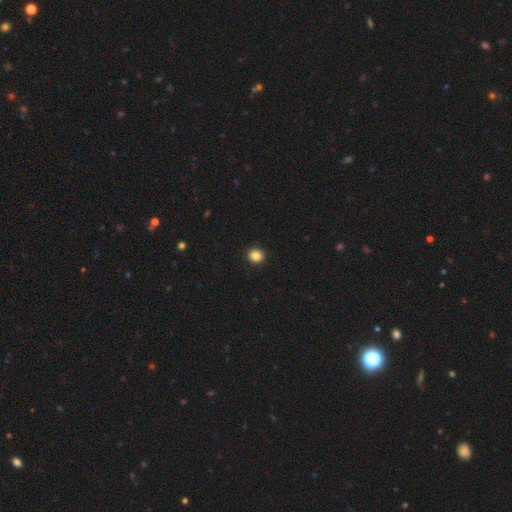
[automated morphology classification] Smooth or featured? Predicted: smooth (p=0.86). How rounded? Predicted: round (p=0.84). Merging? Predicted: none (p=0.93).